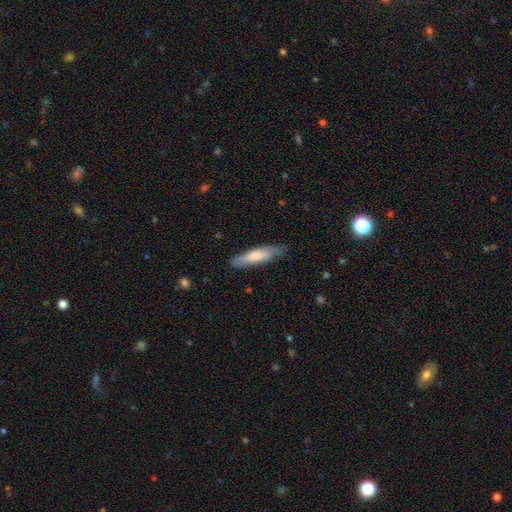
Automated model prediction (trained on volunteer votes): Morphology: type=smooth (64%); roundness=cigar-shaped (75%); merging=none (76%).